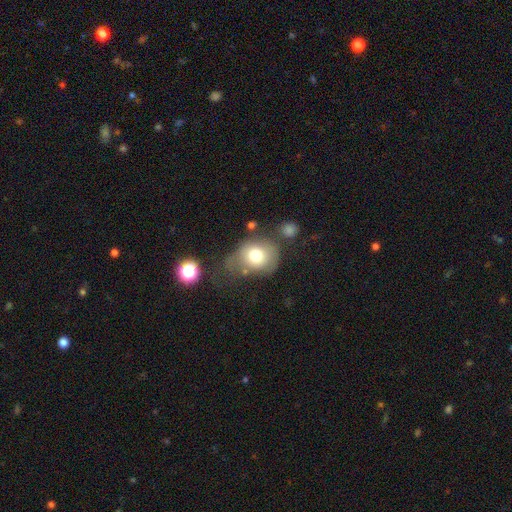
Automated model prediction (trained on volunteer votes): Morphology: type=smooth (73%); roundness=round (67%); merging=none (39%).